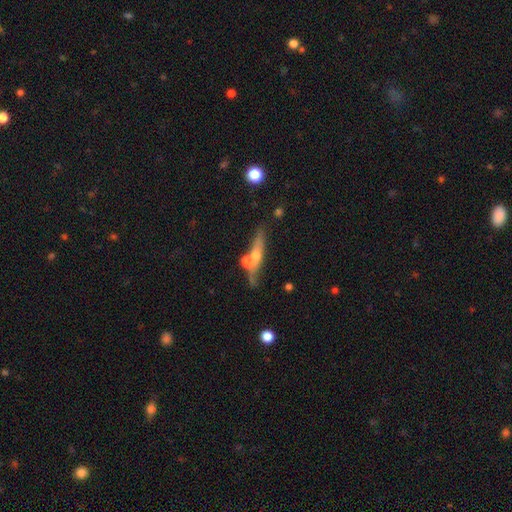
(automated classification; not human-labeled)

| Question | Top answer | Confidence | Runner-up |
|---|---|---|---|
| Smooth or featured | featured or disk | 54% | smooth (38%) |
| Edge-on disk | yes | 84% | no (16%) |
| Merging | none | 64% | merger (18%) |